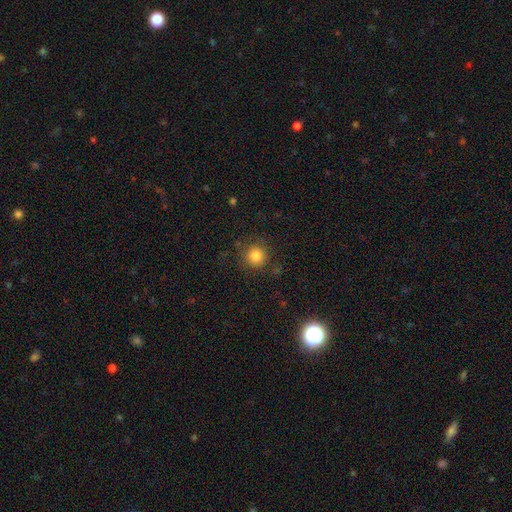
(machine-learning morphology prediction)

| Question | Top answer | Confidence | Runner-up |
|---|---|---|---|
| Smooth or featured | smooth | 83% | star or artifact (12%) |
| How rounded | round | 94% | in between (5%) |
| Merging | none | 86% | minor disturbance (9%) |